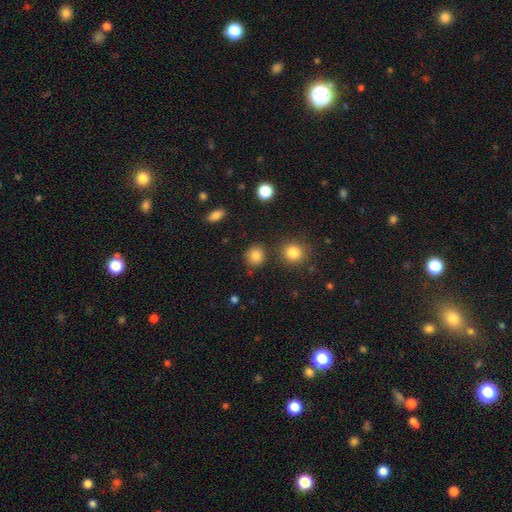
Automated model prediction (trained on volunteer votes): Overall: smooth (84%). How rounded: round (84%). Merging: none (84%).